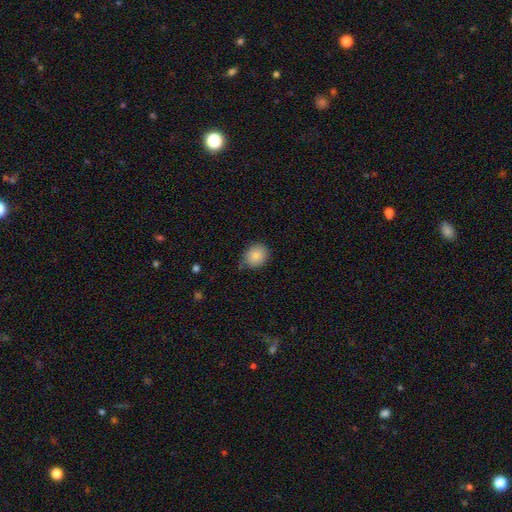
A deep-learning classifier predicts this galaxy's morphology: Overall: smooth (87%). How rounded: round (73%). Merging: none (70%).